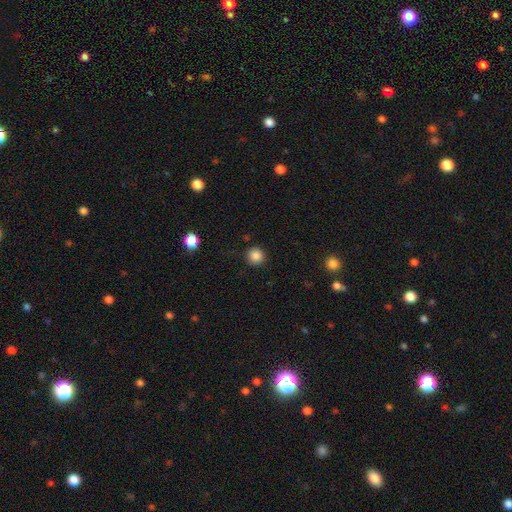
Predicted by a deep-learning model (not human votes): This appears to be a smooth galaxy with no disk features (86%) that is round (93%). Merging: none (90%).